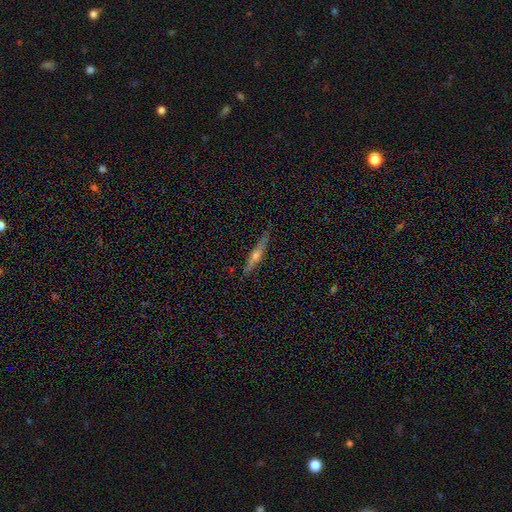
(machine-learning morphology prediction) The model was most divided on "smooth or featured": featured or disk: 63%, smooth: 30%, star or artifact: 7%. More confident: edge-on disk — yes (95%); edge-on bulge — rounded (89%); merging — none (86%).